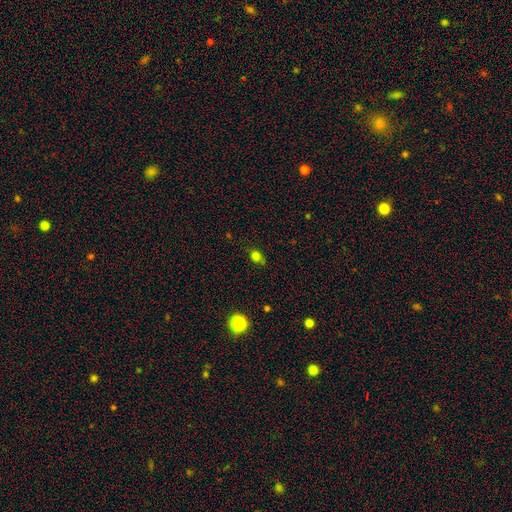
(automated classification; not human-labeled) A smooth galaxy with no disk features (75%) that is in between round and cigar-shaped (55%).

Vote fractions:
- Smooth or featured? smooth: 75% / star or artifact: 19% / featured or disk: 6%
- How rounded? in between: 55% / round: 43% / cigar-shaped: 2%
- Merging? none: 64% / minor disturbance: 26% / major disturbance: 7% / merger: 3%